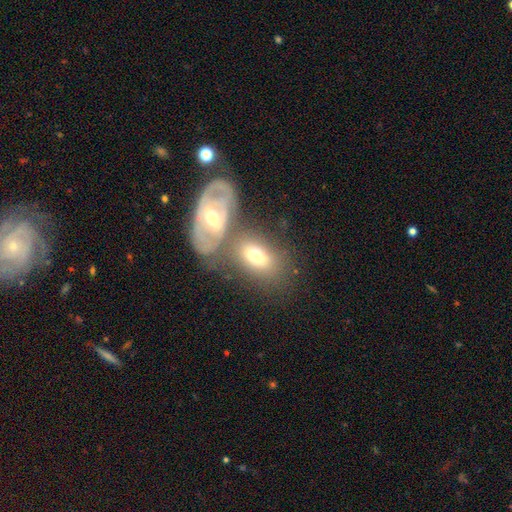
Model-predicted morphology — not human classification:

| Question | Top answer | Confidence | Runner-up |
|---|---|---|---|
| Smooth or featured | smooth | 60% | featured or disk (31%) |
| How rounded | in between | 83% | round (14%) |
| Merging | none | 44% | merger (34%) |